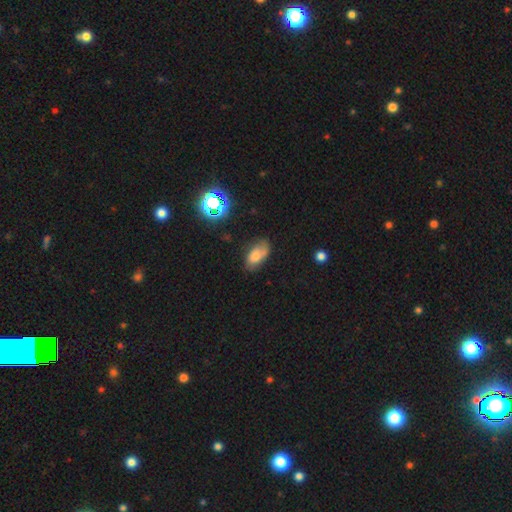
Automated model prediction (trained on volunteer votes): smooth_or_featured: smooth (p=0.63) [alt: featured or disk p=0.24]
how_rounded: in between (p=0.91) [alt: round p=0.05]
merging: none (p=0.58) [alt: minor disturbance p=0.29]